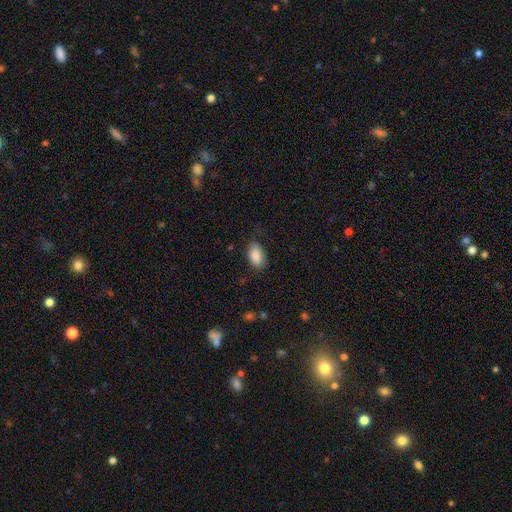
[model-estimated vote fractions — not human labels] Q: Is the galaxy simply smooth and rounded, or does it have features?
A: smooth — 89%.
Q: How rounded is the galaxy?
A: in between — 94%.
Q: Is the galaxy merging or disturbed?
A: none — 74%.